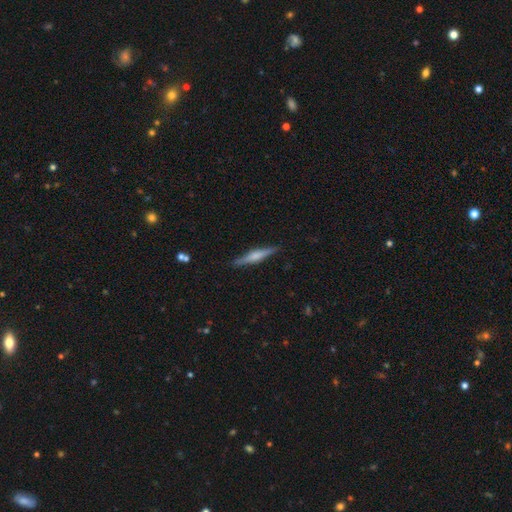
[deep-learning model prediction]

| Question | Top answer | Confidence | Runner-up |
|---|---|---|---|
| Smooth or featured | featured or disk | 57% | smooth (36%) |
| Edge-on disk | yes | 97% | no (3%) |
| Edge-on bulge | rounded | 65% | boxy (22%) |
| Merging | none | 89% | minor disturbance (8%) |